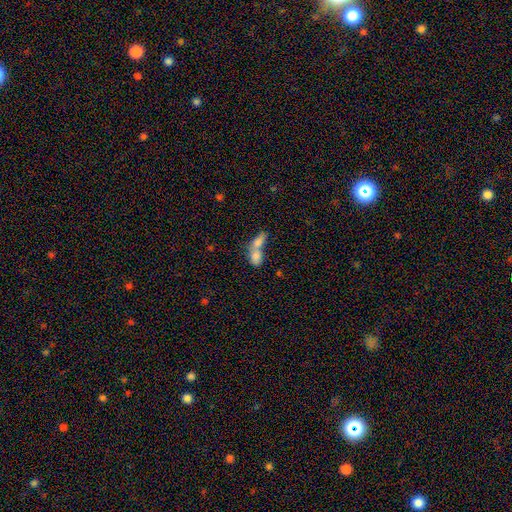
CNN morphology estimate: smooth 76%, featured or disk 16%, star or artifact 8%. Down the decision tree: how rounded — in between (76%); merging — merger (76%).